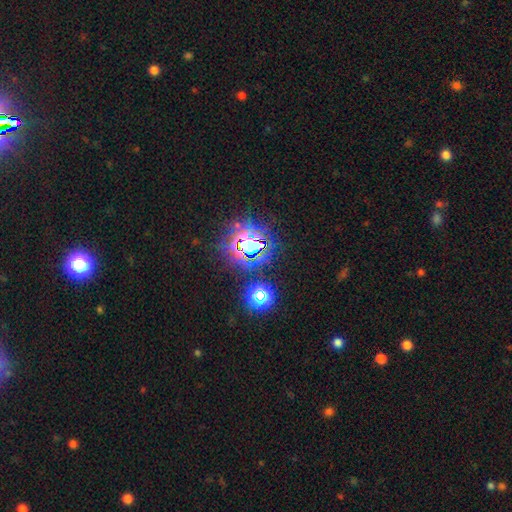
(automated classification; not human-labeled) This appears to be a star or artifact, not a galaxy (78%).